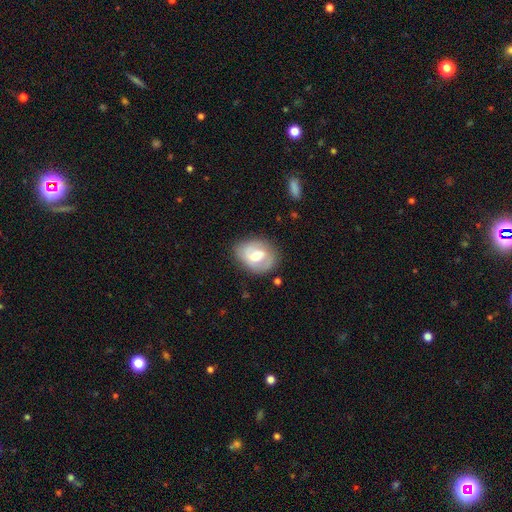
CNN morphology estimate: Smooth or featured? Predicted: featured or disk (p=0.50). Edge-on disk? Predicted: no (p=0.96). Merging? Predicted: none (p=0.68).